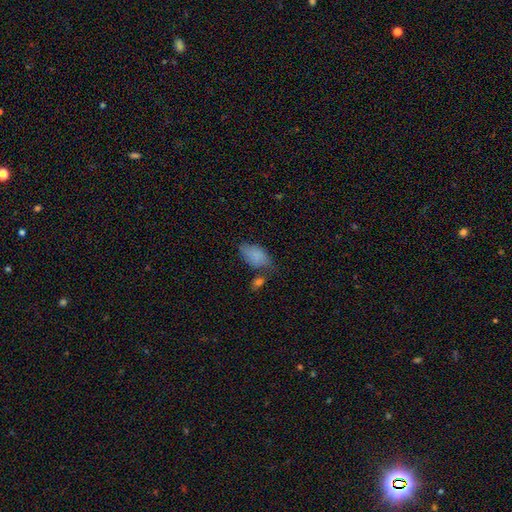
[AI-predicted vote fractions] A smooth galaxy with no disk features (81%) that is in between round and cigar-shaped (93%).

Vote fractions:
- Smooth or featured? smooth: 81% / featured or disk: 11% / star or artifact: 8%
- How rounded? in between: 93% / round: 4% / cigar-shaped: 3%
- Merging? none: 49% / minor disturbance: 29% / merger: 12% / major disturbance: 10%